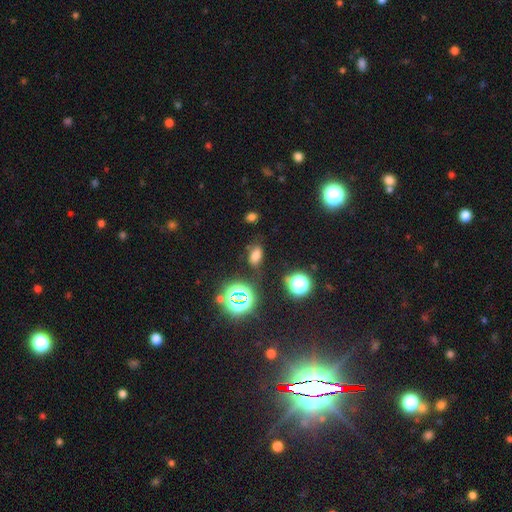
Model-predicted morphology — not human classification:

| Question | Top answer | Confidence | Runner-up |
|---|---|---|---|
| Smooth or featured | smooth | 63% | star or artifact (28%) |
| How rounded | in between | 84% | round (12%) |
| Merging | none | 76% | minor disturbance (15%) |